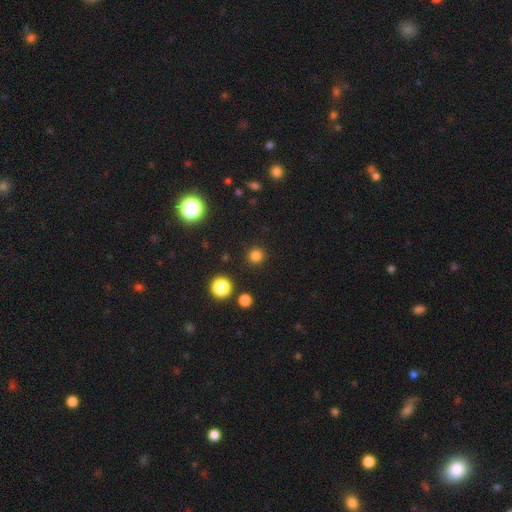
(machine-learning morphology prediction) This appears to be a smooth galaxy with no disk features (80%) that is round (94%). Merging: none (91%).